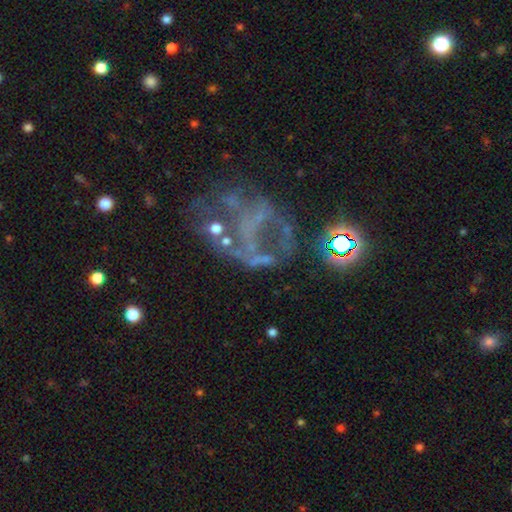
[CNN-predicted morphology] The model was most divided on "merging": none: 40%, major disturbance: 35%, minor disturbance: 16%, merger: 9%. More confident: edge-on disk — no (97%); bar — no (80%); bulge size — none (79%); spiral arms — no (79%); smooth or featured — featured or disk (57%).